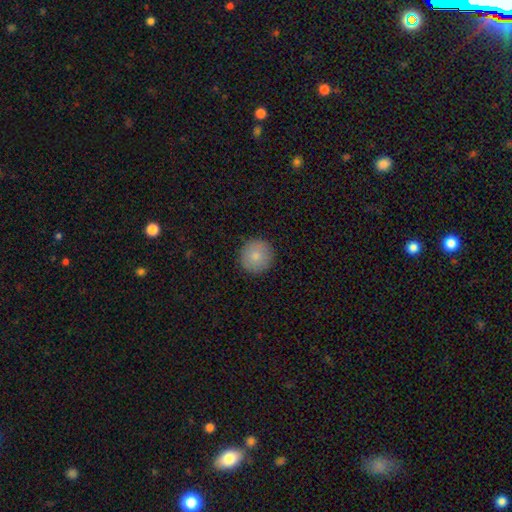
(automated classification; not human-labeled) Morphology: type=smooth (84%); roundness=round (95%); merging=none (90%).